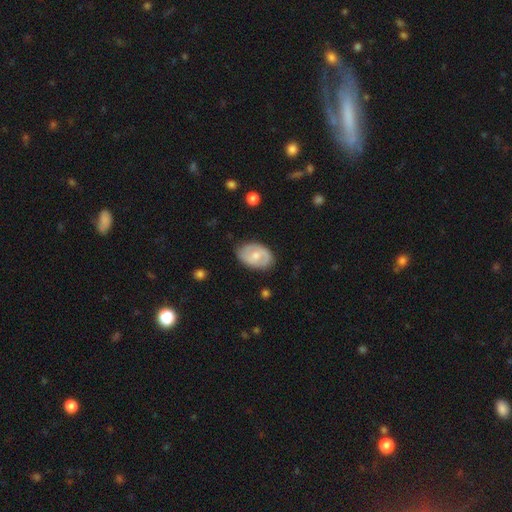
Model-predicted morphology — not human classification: smooth_or_featured: featured or disk (p=0.55) [alt: smooth p=0.39]
disk_edge_on: no (p=0.96) [alt: yes p=0.04]
bar: no (p=0.49) [alt: weak p=0.42]
has_spiral_arms: yes (p=0.72) [alt: no p=0.28]
bulge_size: moderate (p=0.63) [alt: small p=0.30]
merging: none (p=0.77) [alt: minor disturbance p=0.18]